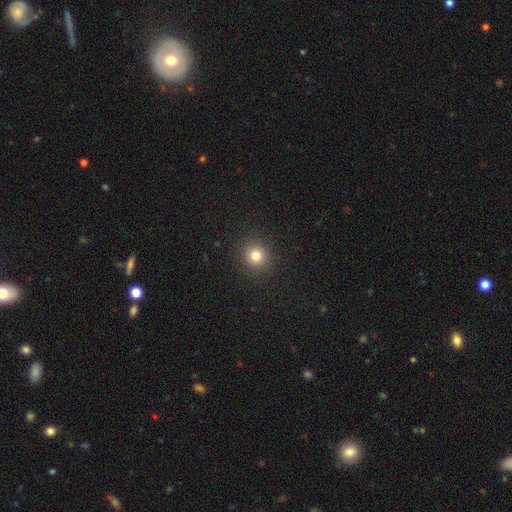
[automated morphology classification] Smooth or featured? smooth (80%)
How rounded? round (90%)
Merging? none (91%)